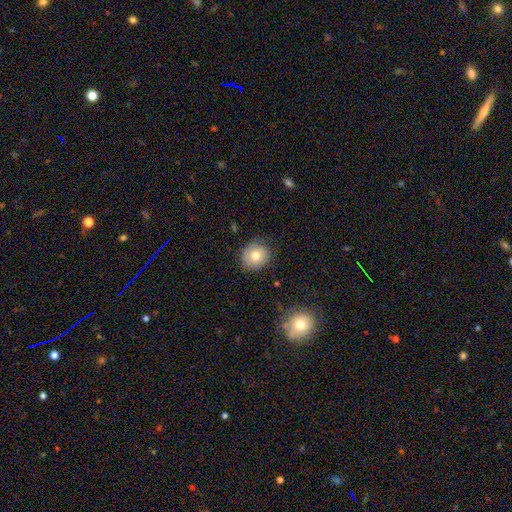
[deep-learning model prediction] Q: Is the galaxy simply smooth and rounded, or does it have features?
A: smooth — 76%.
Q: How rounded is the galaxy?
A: round — 82%.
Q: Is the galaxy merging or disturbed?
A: none — 83%.